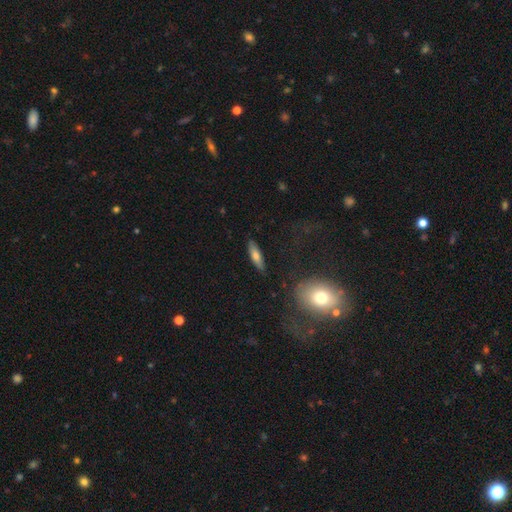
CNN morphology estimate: This appears to be a smooth galaxy with no disk features (66%) that is cigar-shaped (61%). Merging: none (86%).